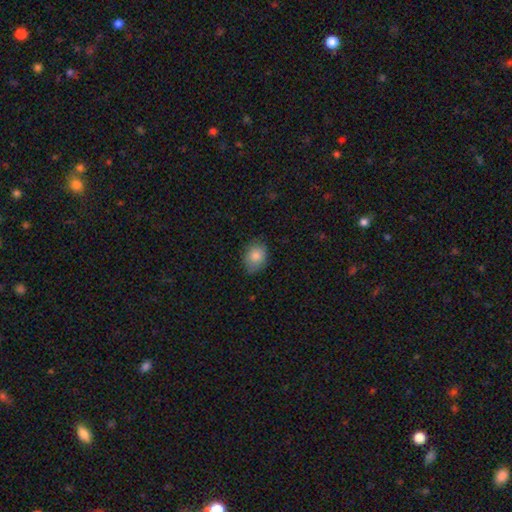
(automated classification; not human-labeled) The model was most divided on "how rounded": in between: 65%, round: 34%, cigar-shaped: 1%. More confident: smooth or featured — smooth (84%); merging — none (77%).